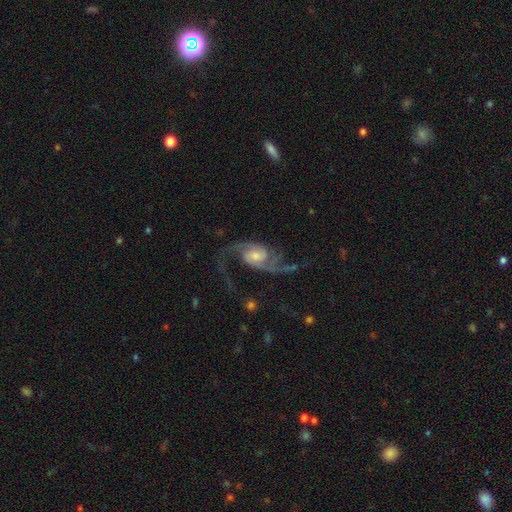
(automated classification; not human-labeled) Overall: featured or disk (89%). Edge-on disk: no (97%). Bar: no (56%; weak 35%). Spiral arms: yes (97%). Spiral arm count: 2 (80%). Spiral winding: loose (55%; medium 36%). Bulge size: moderate (48%; small 36%). Merging: none (61%).